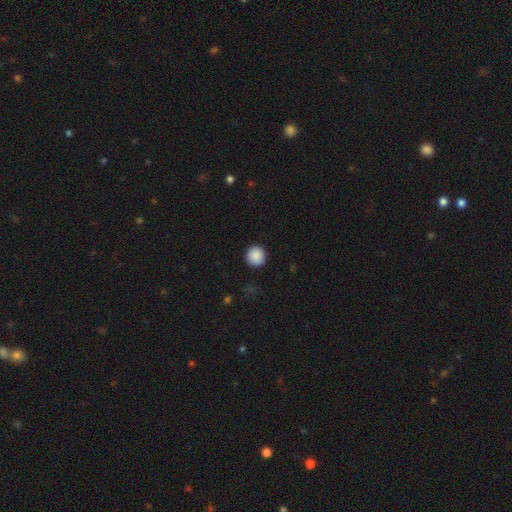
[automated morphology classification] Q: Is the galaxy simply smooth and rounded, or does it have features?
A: smooth — 90%.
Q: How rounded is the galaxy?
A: round — 94%.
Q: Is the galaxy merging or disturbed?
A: none — 92%.